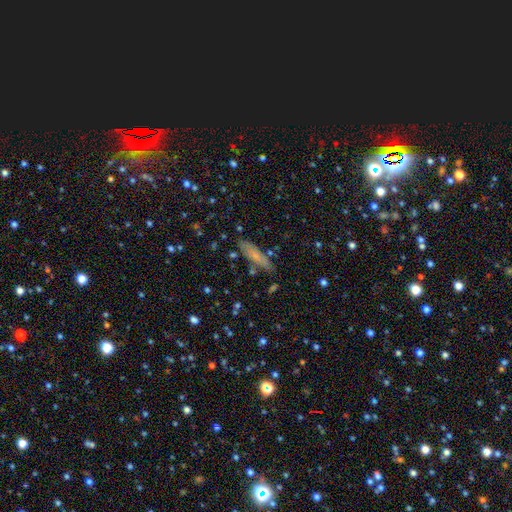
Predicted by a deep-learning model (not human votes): smooth_or_featured: smooth (p=0.63) [alt: featured or disk p=0.26]
how_rounded: cigar-shaped (p=0.70) [alt: in between p=0.27]
merging: none (p=0.77) [alt: minor disturbance p=0.16]